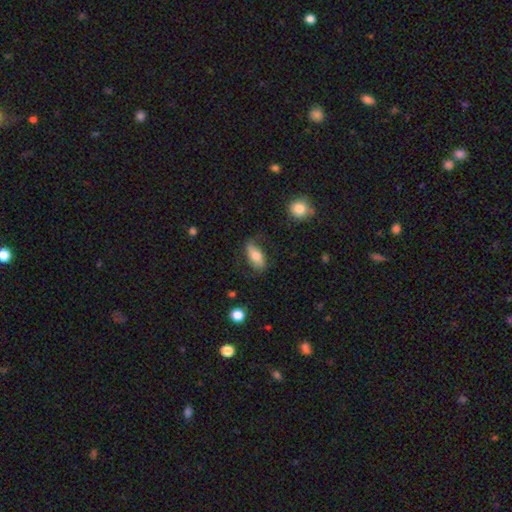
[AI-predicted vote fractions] Smooth or featured? Predicted: smooth (p=0.68). How rounded? Predicted: in between (p=0.82). Merging? Predicted: none (p=0.69).